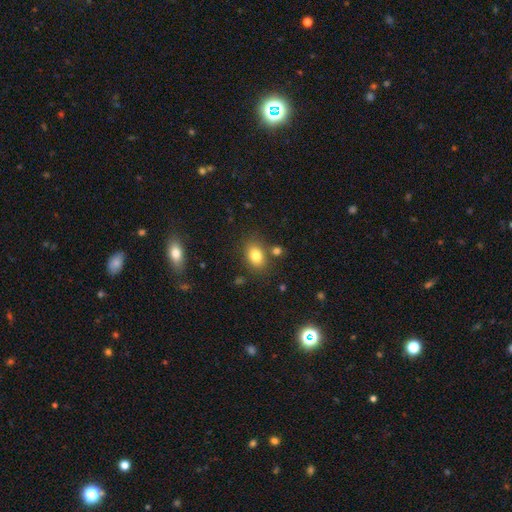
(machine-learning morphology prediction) smooth_or_featured: smooth (p=0.81) [alt: star or artifact p=0.10]
how_rounded: in between (p=0.74) [alt: round p=0.25]
merging: none (p=0.76) [alt: minor disturbance p=0.12]